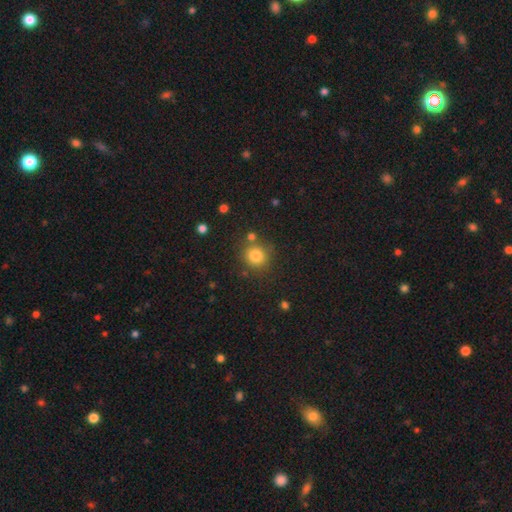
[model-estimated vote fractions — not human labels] smooth_or_featured: smooth (p=0.81) [alt: star or artifact p=0.13]
how_rounded: round (p=0.90) [alt: in between p=0.09]
merging: none (p=0.79) [alt: minor disturbance p=0.10]